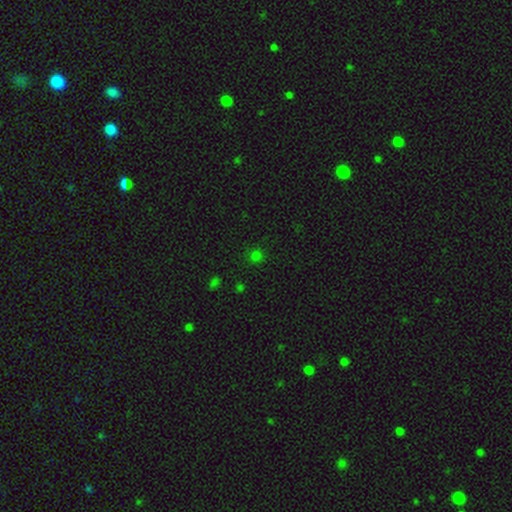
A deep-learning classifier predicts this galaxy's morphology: Smooth or featured? smooth (70%)
How rounded? round (89%)
Merging? none (86%)